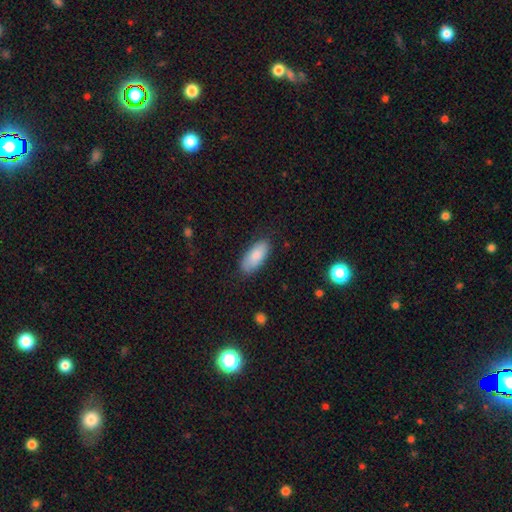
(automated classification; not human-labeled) The model was most divided on "merging": none: 80%, minor disturbance: 16%, major disturbance: 3%, merger: 1%. More confident: how rounded — in between (89%); smooth or featured — smooth (85%).